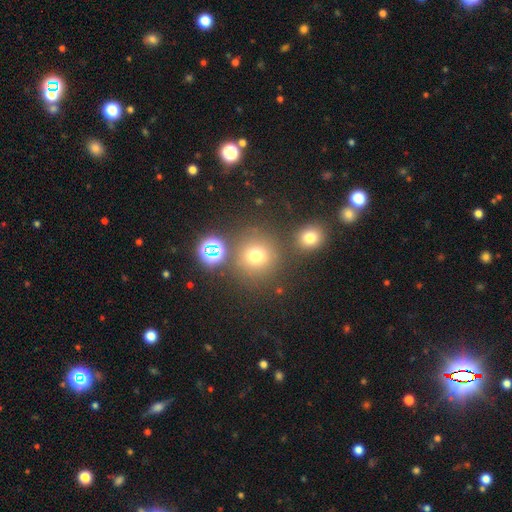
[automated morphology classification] Smooth or featured?
  - smooth: 69% *
  - star or artifact: 22%
  - featured or disk: 9%
How rounded?
  - round: 92% *
  - in between: 7%
  - cigar-shaped: 1%
Merging?
  - none: 75% *
  - merger: 12%
  - minor disturbance: 9%
  - major disturbance: 4%